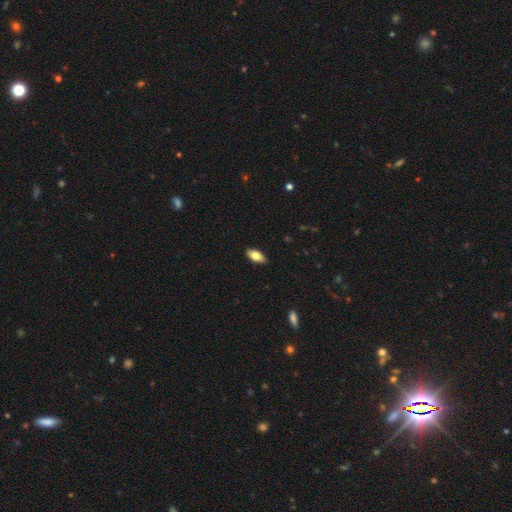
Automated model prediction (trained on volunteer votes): This is likely a smooth galaxy (80%). How rounded: clearly in between (90%). Merging: clearly none (88%).